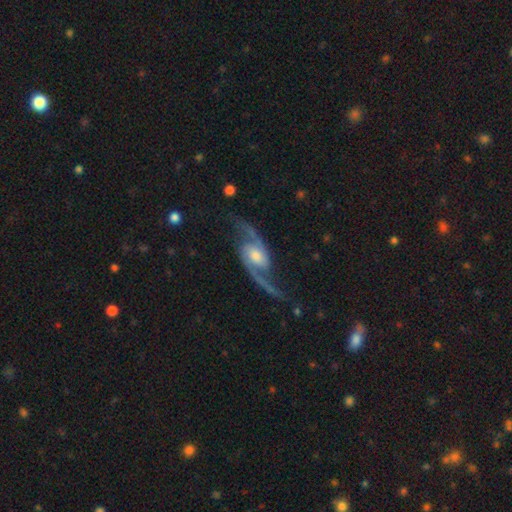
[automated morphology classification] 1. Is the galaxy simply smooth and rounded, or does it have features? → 92% featured or disk, 4% star or artifact, 4% smooth.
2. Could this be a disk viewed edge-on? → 96% no, 4% yes.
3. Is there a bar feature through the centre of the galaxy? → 47% no, 39% weak, 14% strong.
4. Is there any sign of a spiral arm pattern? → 98% yes, 2% no.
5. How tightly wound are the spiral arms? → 60% loose, 33% medium, 7% tight.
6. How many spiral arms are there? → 94% 2, 1% can't tell, 1% 1, 1% 3, 1% 4, 1% more than 4.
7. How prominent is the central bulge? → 56% moderate, 23% small, 14% large, 4% none, 2% dominant.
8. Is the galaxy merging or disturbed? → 75% none, 15% minor disturbance, 8% major disturbance, 2% merger.